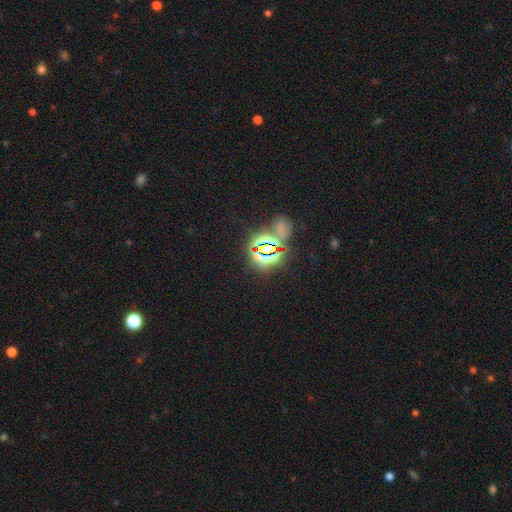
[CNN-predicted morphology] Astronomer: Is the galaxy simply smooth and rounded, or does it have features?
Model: star or artifact — 78%.